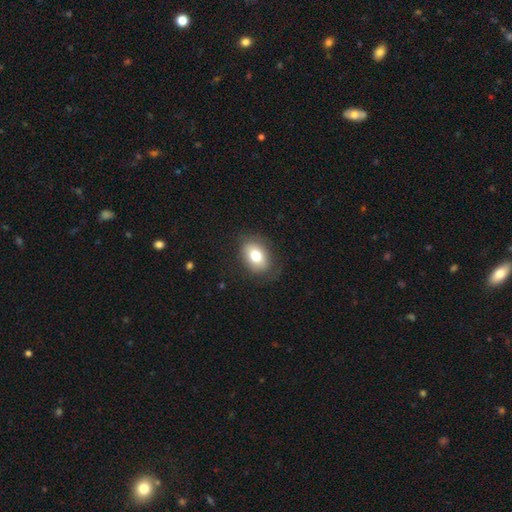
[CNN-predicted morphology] Smooth or featured? smooth (75%)
How rounded? in between (71%)
Merging? none (80%)